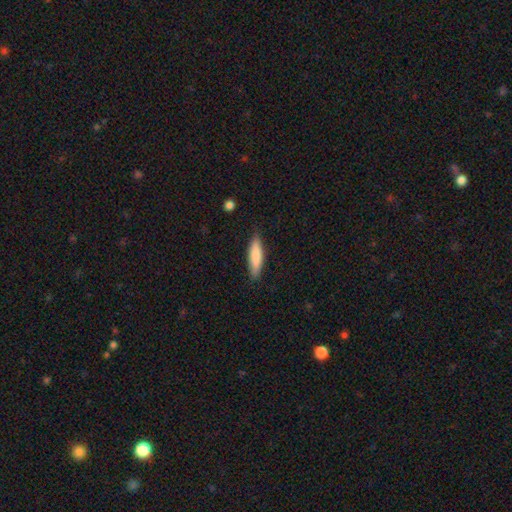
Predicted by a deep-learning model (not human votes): Smooth or featured?
  - smooth: 82% *
  - featured or disk: 13%
  - star or artifact: 6%
How rounded?
  - cigar-shaped: 71% *
  - in between: 27%
  - round: 1%
Merging?
  - none: 86% *
  - minor disturbance: 11%
  - major disturbance: 2%
  - merger: 1%